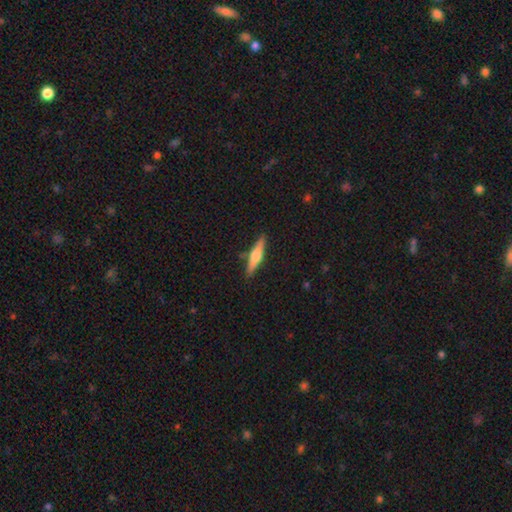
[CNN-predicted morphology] Overall: featured or disk (56%; smooth 39%). Edge-on disk: yes (96%). Edge-on bulge: rounded (89%). Merging: none (88%).